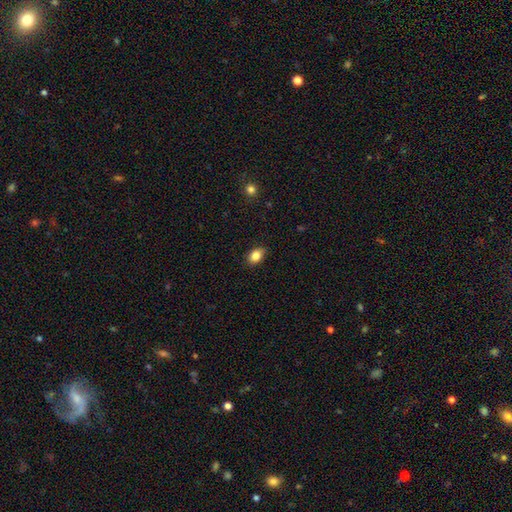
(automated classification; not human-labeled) A smooth galaxy with no disk features (85%) that is in between round and cigar-shaped (73%). Merging: none (80%).